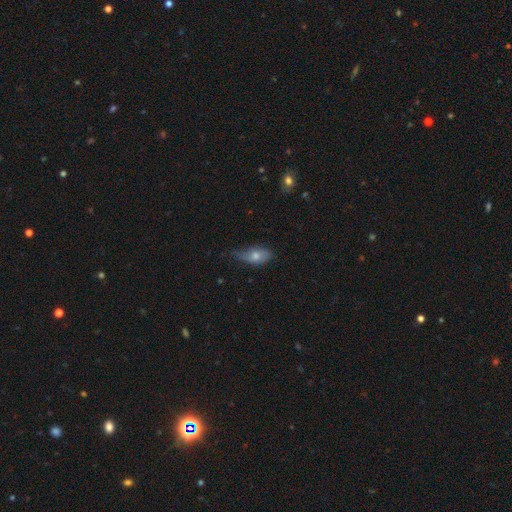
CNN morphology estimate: Smooth or featured: smooth — 56% (featured or disk — 35%)
How rounded: in between — 82% (cigar-shaped — 10%)
Merging: minor disturbance — 42% (none — 40%)